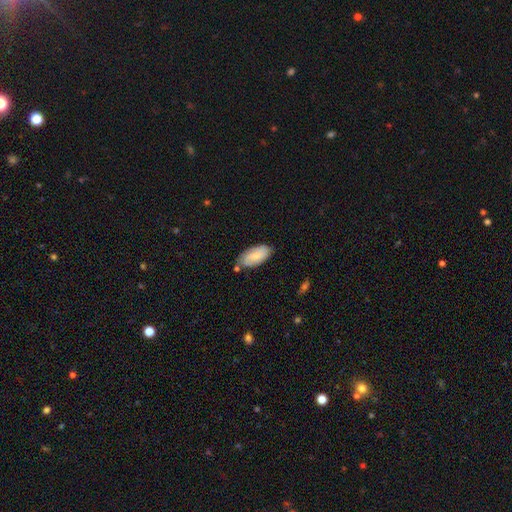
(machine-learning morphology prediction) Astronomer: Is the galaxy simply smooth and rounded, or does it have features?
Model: smooth — 57% (runner-up: featured or disk, 36%).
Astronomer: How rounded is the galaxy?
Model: in between — 91%.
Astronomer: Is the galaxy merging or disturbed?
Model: none — 69%.